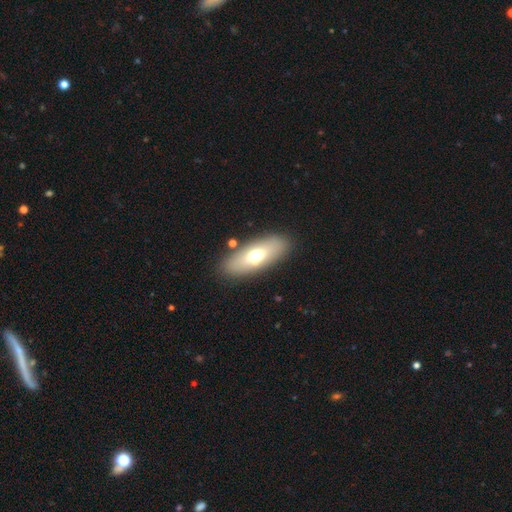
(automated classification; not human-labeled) Overall: smooth (63%; featured or disk 29%). How rounded: in between (74%). Merging: none (83%).